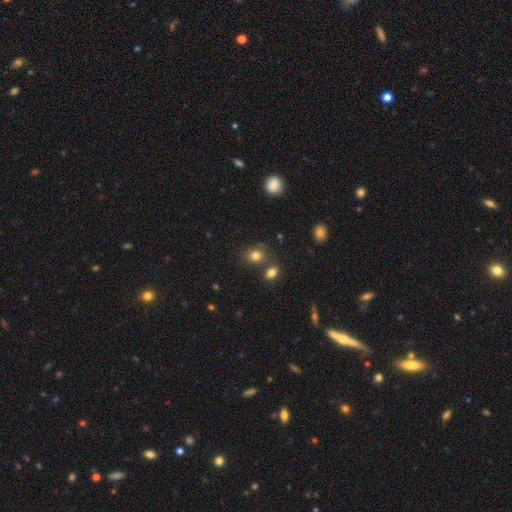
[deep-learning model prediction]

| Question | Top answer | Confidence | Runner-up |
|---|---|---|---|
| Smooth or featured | smooth | 80% | star or artifact (13%) |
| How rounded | round | 68% | in between (31%) |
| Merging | none | 71% | merger (14%) |